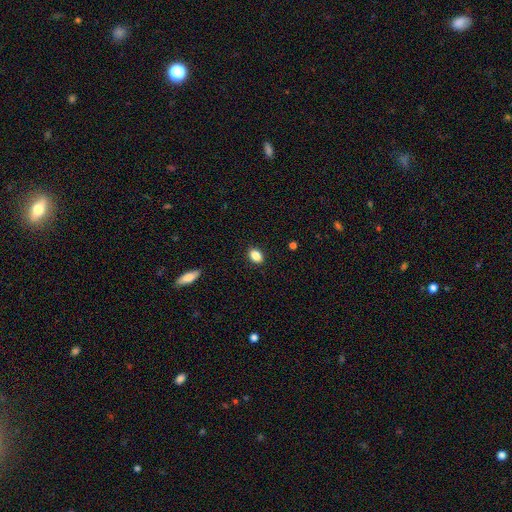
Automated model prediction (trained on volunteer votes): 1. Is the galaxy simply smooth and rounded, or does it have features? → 86% smooth, 9% star or artifact, 5% featured or disk.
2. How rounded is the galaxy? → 75% in between, 23% round, 2% cigar-shaped.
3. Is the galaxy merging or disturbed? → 89% none, 8% minor disturbance, 2% major disturbance, 1% merger.